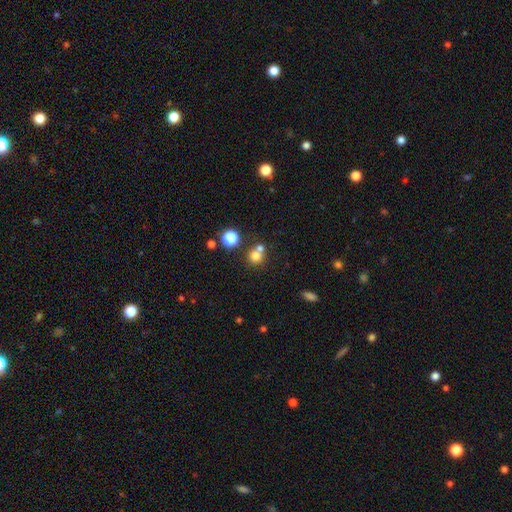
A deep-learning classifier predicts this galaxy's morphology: Smooth or featured?
  - smooth: 74% *
  - star or artifact: 16%
  - featured or disk: 10%
How rounded?
  - round: 88% *
  - in between: 11%
  - cigar-shaped: 1%
Merging?
  - none: 53% *
  - merger: 37%
  - minor disturbance: 7%
  - major disturbance: 3%